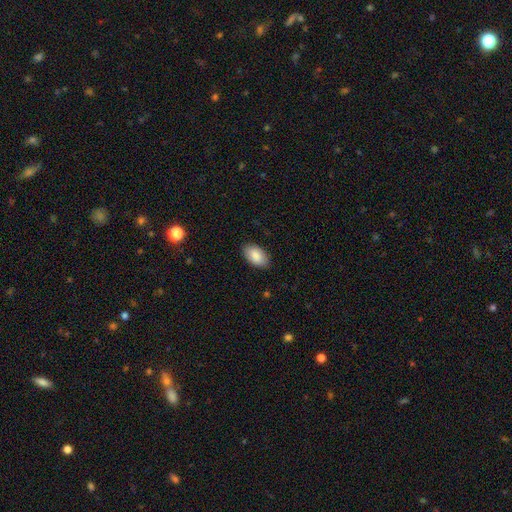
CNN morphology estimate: This is clearly a smooth galaxy (87%). How rounded: clearly in between (95%). Merging: clearly none (87%).